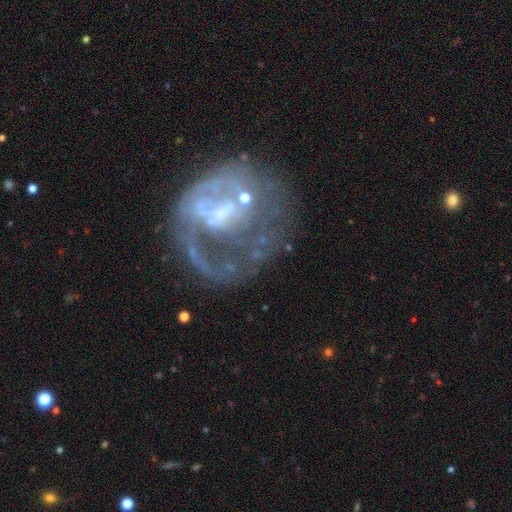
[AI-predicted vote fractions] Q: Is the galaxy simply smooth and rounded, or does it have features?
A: featured or disk — 70%.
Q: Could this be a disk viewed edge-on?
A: no — 98%.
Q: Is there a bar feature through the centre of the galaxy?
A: no — 62%.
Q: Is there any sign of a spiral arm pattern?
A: no — 59%.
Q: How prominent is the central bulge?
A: none — 36%.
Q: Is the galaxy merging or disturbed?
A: major disturbance — 41%.